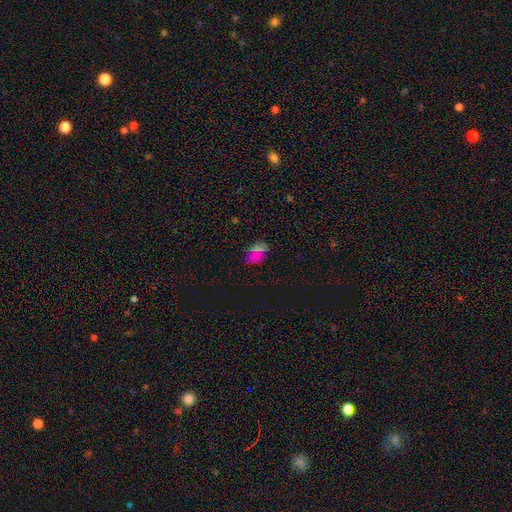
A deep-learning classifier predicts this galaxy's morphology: A smooth galaxy with no disk features (62%) that is in between round and cigar-shaped (87%). Merging: none (81%).